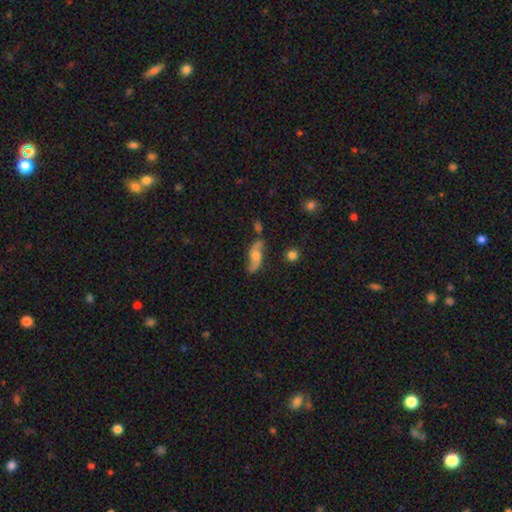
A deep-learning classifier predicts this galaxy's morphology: type=featured or disk (66%); edge-on=no (86%); bar=no (65%); spiral arms=yes (91%); winding=loose (73%); arm count=2 (91%); bulge=moderate (50%); merging=none (71%).